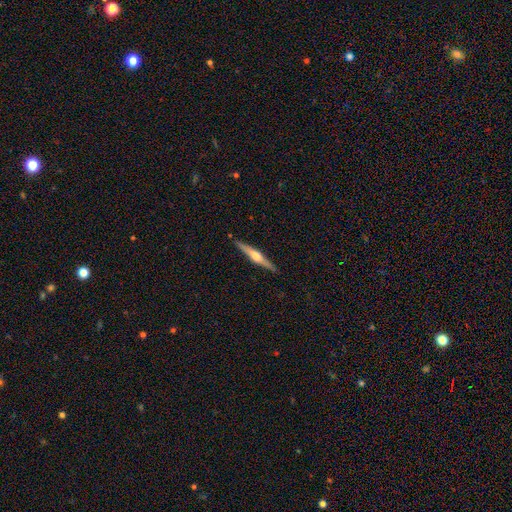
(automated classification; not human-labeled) A featured or disk galaxy (71%) viewed edge-on (98%) with a rounded central bulge (89%). Merging: none (90%).